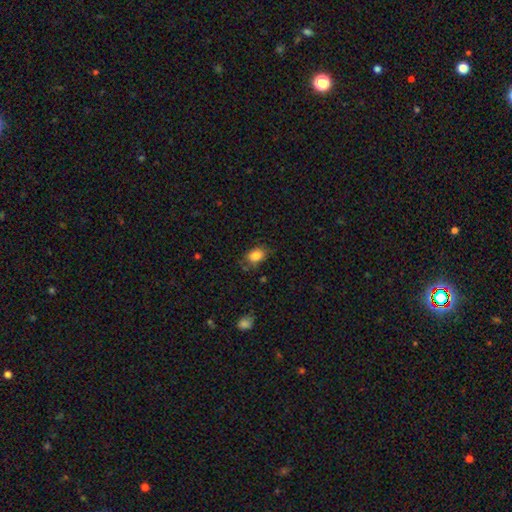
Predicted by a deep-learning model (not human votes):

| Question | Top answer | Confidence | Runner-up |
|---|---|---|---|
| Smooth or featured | smooth | 84% | star or artifact (9%) |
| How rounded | in between | 73% | round (26%) |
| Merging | none | 73% | minor disturbance (20%) |